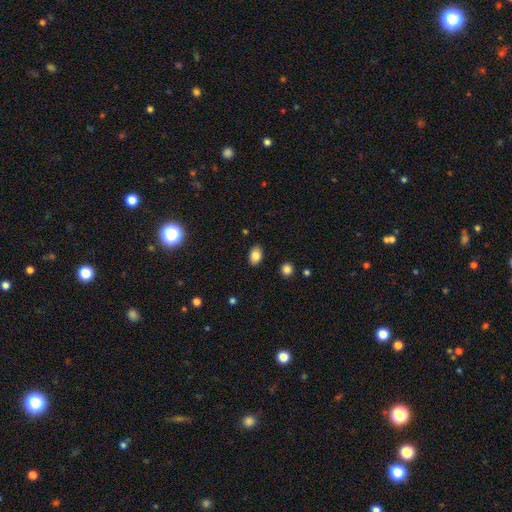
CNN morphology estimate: smooth-or-featured: smooth: 83% | star or artifact: 9% | featured or disk: 8%
  how-rounded: in between: 86% | round: 13% | cigar-shaped: 1%
  merging: none: 87% | minor disturbance: 9% | major disturbance: 2% | merger: 1%